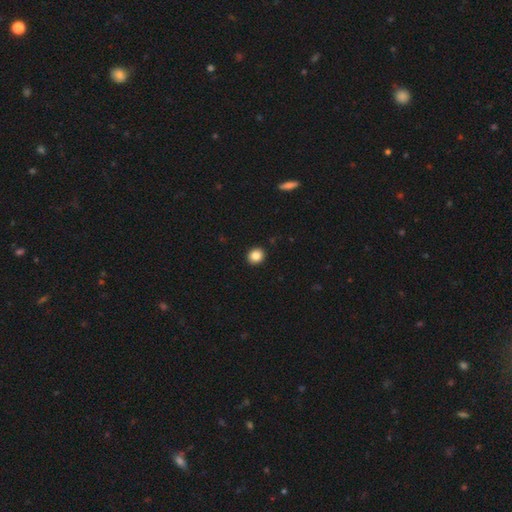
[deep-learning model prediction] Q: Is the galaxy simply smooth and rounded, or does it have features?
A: smooth — 85%.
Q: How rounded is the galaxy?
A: round — 79%.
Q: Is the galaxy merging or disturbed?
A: none — 93%.